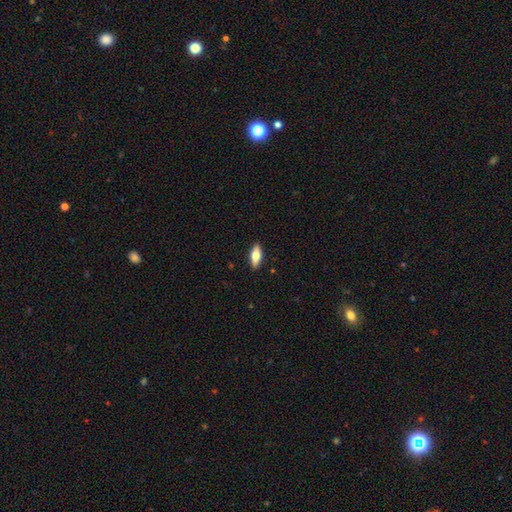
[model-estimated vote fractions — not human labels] This appears to be a smooth galaxy with no disk features (63%) that is in between round and cigar-shaped (71%). Merging: none (90%).